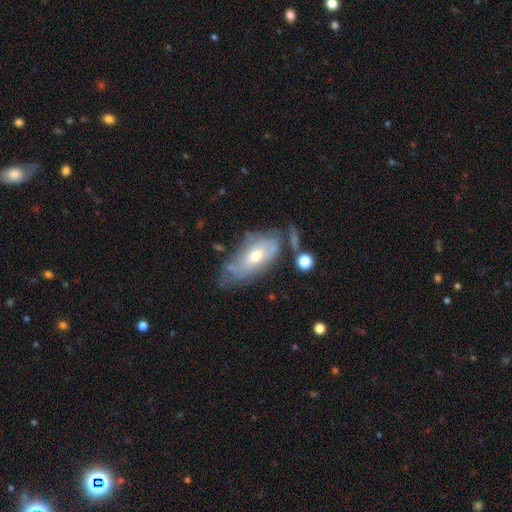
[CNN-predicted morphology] Smooth or featured? Predicted: featured or disk (p=0.59). Edge-on disk? Predicted: no (p=0.84). Merging? Predicted: none (p=0.48).